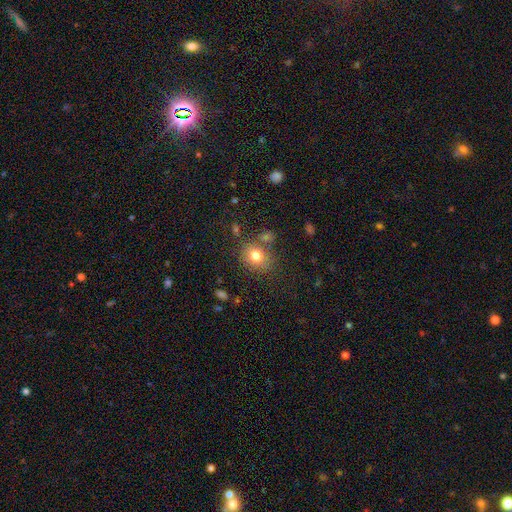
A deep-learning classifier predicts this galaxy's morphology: Q: Smooth or featured?
A: smooth (77%); runner-up: star or artifact (13%)
Q: How rounded?
A: round (58%); runner-up: in between (41%)
Q: Merging?
A: none (73%); runner-up: minor disturbance (14%)